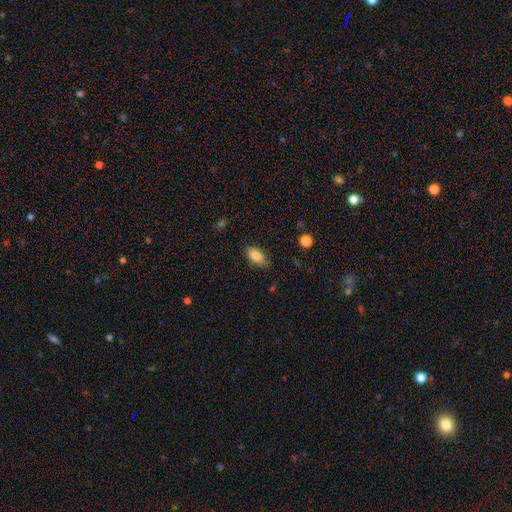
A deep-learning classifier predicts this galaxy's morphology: Smooth or featured? Predicted: smooth (p=0.85). How rounded? Predicted: in between (p=0.90). Merging? Predicted: none (p=0.81).